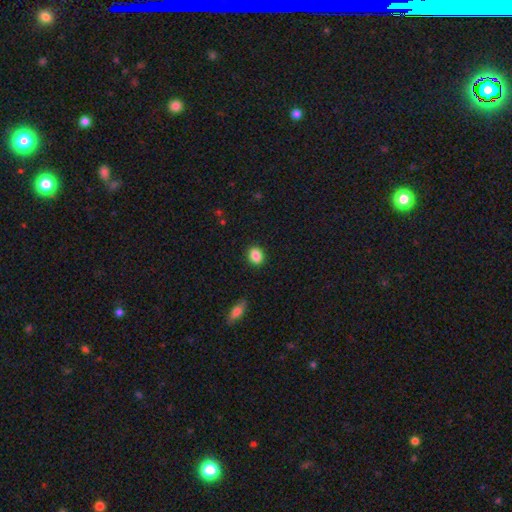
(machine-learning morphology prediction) The model was most divided on "how rounded": in between: 62%, round: 36%, cigar-shaped: 2%. More confident: merging — none (89%); smooth or featured — smooth (87%).